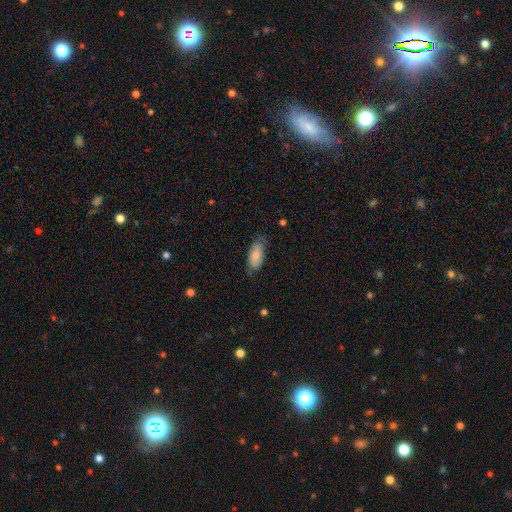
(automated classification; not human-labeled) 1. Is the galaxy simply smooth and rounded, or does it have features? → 80% smooth, 14% featured or disk, 6% star or artifact.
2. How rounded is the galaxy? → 87% in between, 11% cigar-shaped, 2% round.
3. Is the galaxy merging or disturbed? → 67% none, 25% minor disturbance, 6% major disturbance, 1% merger.